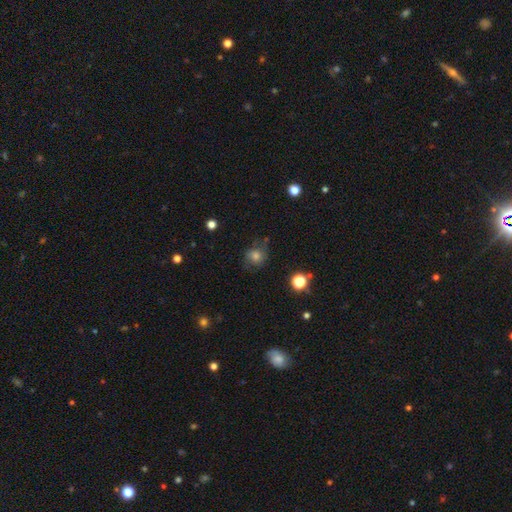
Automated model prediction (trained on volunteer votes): Overall: smooth (61%; featured or disk 26%). How rounded: round (81%). Merging: none (62%; minor disturbance 23%).